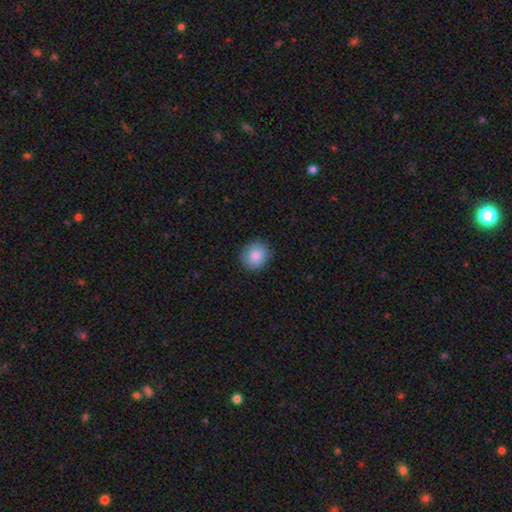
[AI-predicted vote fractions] Smooth or featured?
  - smooth: 88% *
  - star or artifact: 8%
  - featured or disk: 5%
How rounded?
  - round: 74% *
  - in between: 25%
  - cigar-shaped: 1%
Merging?
  - none: 88% *
  - minor disturbance: 9%
  - major disturbance: 2%
  - merger: 1%